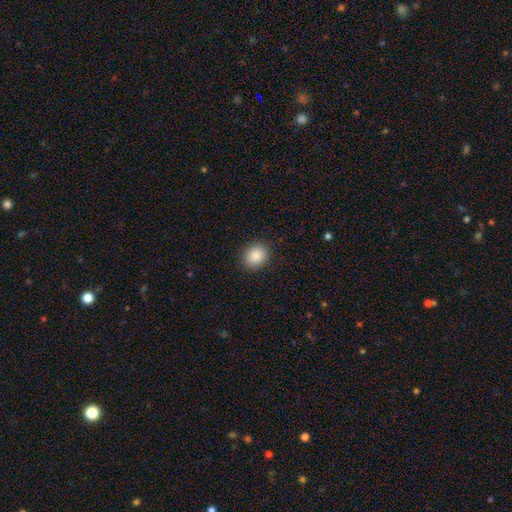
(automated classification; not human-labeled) smooth-or-featured: smooth: 88% | star or artifact: 8% | featured or disk: 4%
  how-rounded: round: 68% | in between: 31% | cigar-shaped: 1%
  merging: none: 90% | minor disturbance: 7% | major disturbance: 2% | merger: 1%